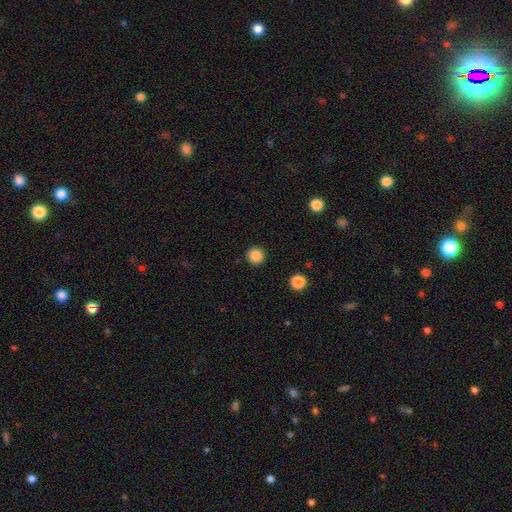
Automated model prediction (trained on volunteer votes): smooth-or-featured: smooth: 86% | star or artifact: 11% | featured or disk: 3%
  how-rounded: round: 96% | in between: 3% | cigar-shaped: 1%
  merging: none: 92% | minor disturbance: 5% | major disturbance: 2% | merger: 1%